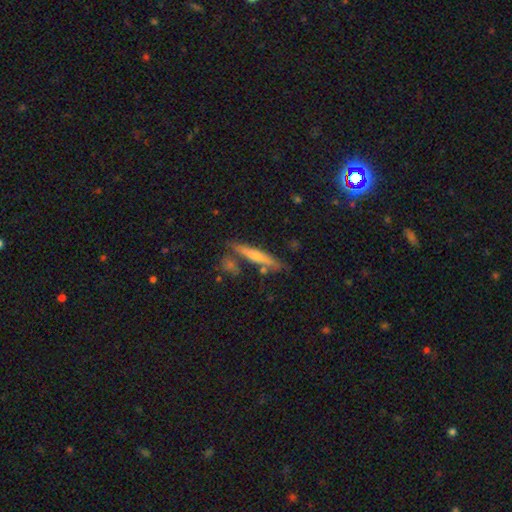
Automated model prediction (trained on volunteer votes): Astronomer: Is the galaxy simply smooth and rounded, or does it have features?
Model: smooth — 59% (runner-up: featured or disk, 35%).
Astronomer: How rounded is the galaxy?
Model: cigar-shaped — 90%.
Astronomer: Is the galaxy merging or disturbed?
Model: none — 75%.